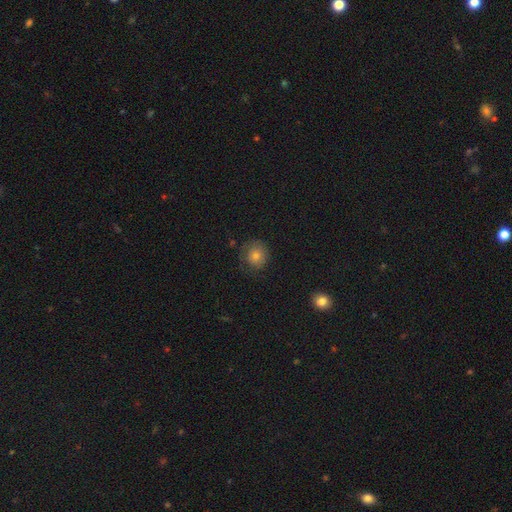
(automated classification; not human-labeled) Smooth or featured: smooth — 71% (featured or disk — 17%)
How rounded: round — 84% (in between — 15%)
Merging: none — 74% (minor disturbance — 17%)